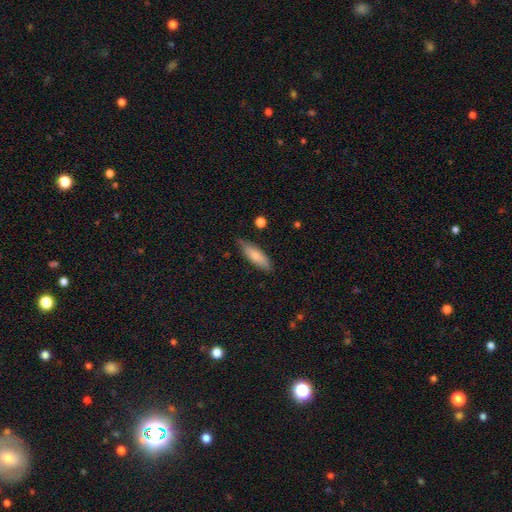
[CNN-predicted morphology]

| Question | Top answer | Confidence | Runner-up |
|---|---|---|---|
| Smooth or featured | smooth | 78% | featured or disk (16%) |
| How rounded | in between | 57% | cigar-shaped (41%) |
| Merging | none | 77% | minor disturbance (19%) |